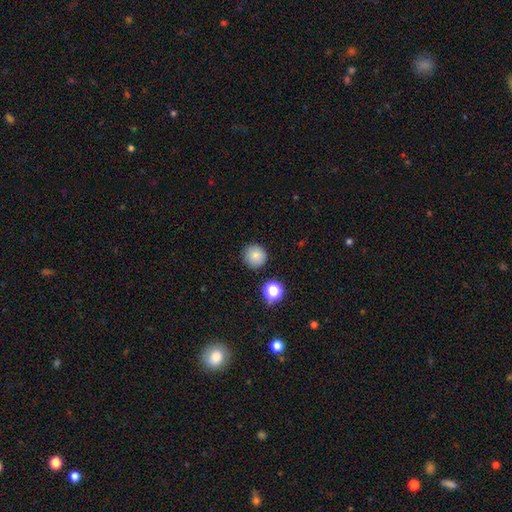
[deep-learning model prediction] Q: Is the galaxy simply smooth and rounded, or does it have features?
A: smooth — 80%.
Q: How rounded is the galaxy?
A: round — 95%.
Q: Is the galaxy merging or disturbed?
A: none — 86%.